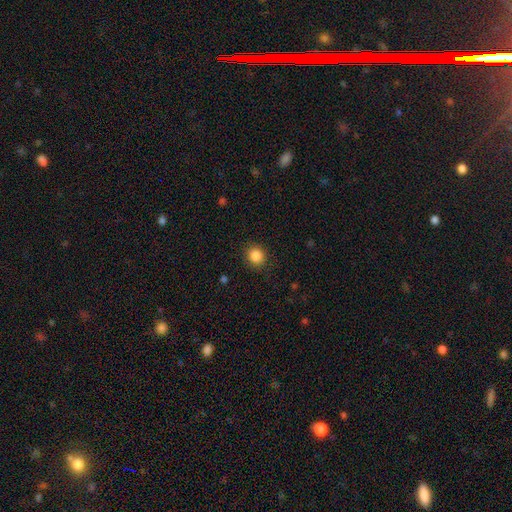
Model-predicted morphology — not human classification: type=smooth (87%); roundness=round (83%); merging=none (88%).